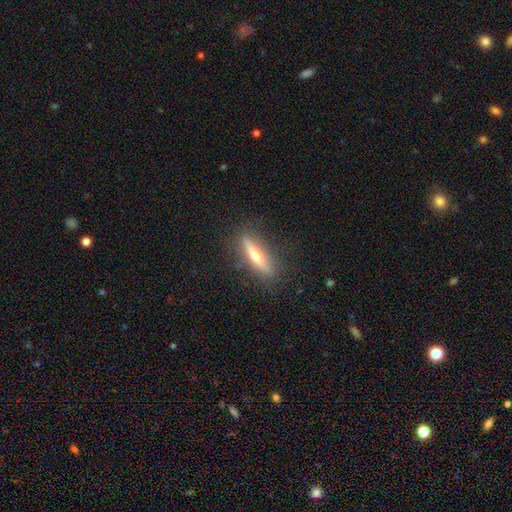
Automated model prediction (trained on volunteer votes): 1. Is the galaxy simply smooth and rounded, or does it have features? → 59% featured or disk, 35% smooth, 7% star or artifact.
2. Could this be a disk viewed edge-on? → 90% yes, 10% no.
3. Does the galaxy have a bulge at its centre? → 91% rounded, 6% none, 3% boxy.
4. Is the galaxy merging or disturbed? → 86% none, 10% minor disturbance, 3% major disturbance, 1% merger.